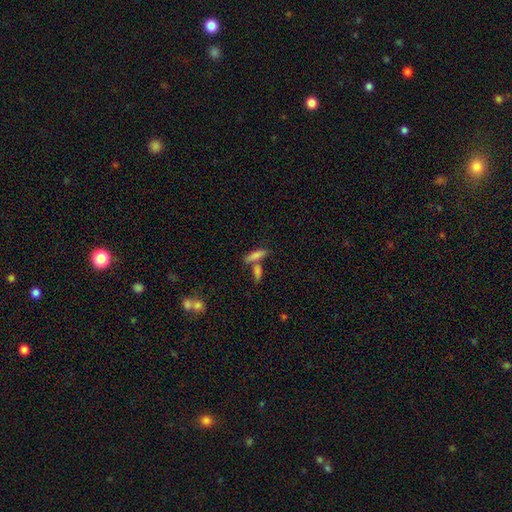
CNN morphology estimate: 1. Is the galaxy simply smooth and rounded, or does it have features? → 74% smooth, 17% featured or disk, 8% star or artifact.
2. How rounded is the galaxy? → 63% cigar-shaped, 34% in between, 3% round.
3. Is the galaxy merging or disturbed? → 50% none, 36% merger, 10% minor disturbance, 4% major disturbance.